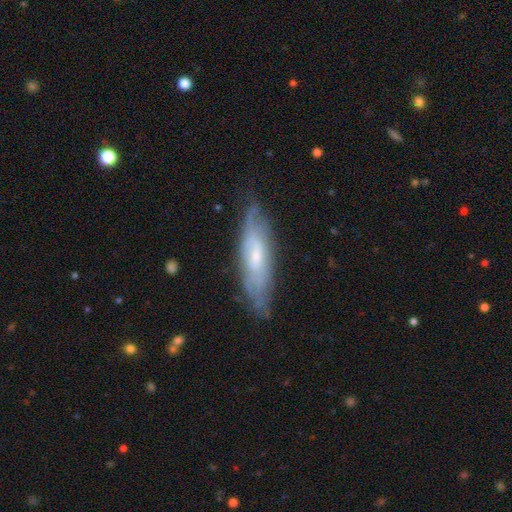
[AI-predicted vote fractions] Smooth or featured?
  - featured or disk: 66% *
  - smooth: 27%
  - star or artifact: 7%
Edge-on disk?
  - no: 65% *
  - yes: 35%
Merging?
  - none: 72% *
  - minor disturbance: 21%
  - major disturbance: 5%
  - merger: 2%